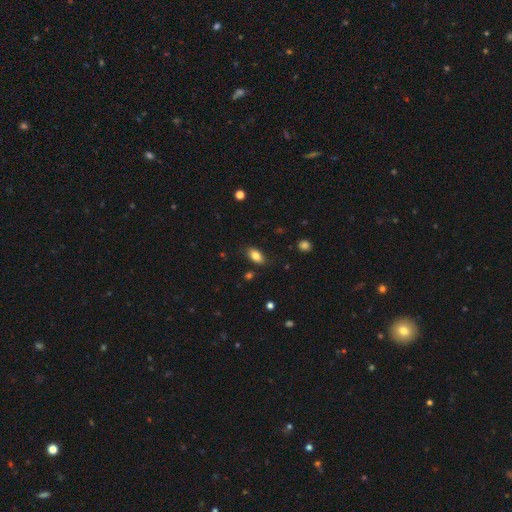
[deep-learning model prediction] smooth-or-featured: smooth: 83% | featured or disk: 9% | star or artifact: 9%
  how-rounded: in between: 89% | round: 6% | cigar-shaped: 4%
  merging: none: 82% | minor disturbance: 13% | major disturbance: 3% | merger: 2%